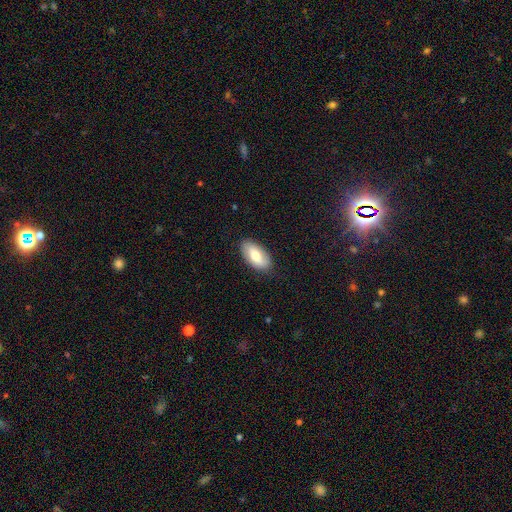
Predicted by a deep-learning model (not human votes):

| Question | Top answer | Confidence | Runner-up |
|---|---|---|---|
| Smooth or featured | smooth | 71% | featured or disk (24%) |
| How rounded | in between | 93% | cigar-shaped (4%) |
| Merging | none | 84% | minor disturbance (13%) |